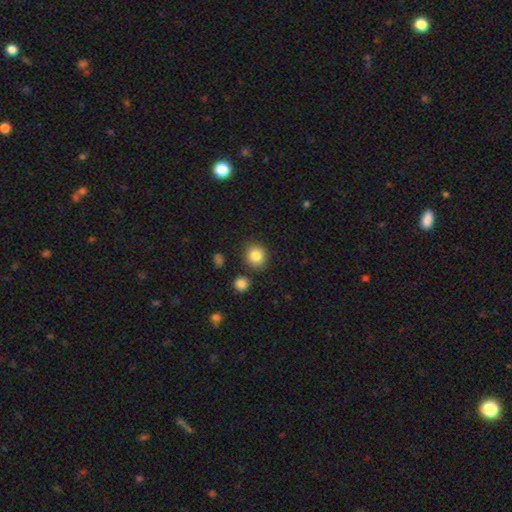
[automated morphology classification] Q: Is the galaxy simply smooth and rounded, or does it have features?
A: smooth — 84%.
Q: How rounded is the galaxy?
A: round — 87%.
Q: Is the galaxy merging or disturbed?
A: none — 85%.